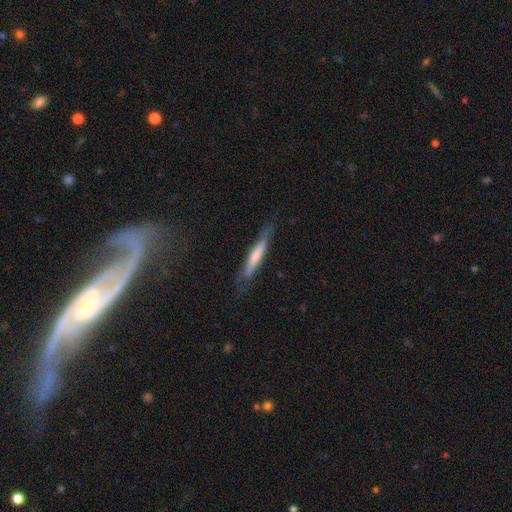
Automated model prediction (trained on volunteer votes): Morphology: type=smooth (54%); roundness=cigar-shaped (93%); merging=none (75%).